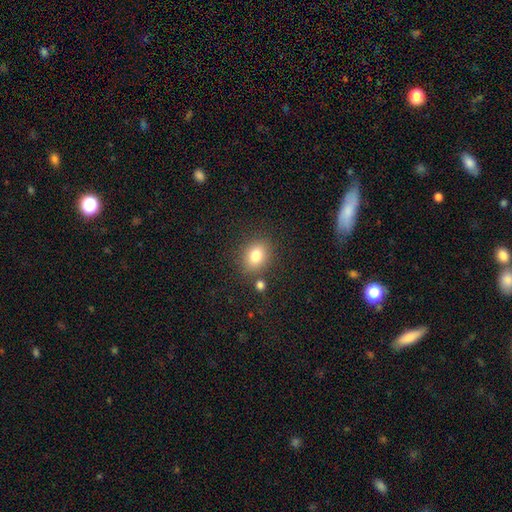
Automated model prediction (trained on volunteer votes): This is clearly a smooth galaxy (80%). How rounded: possibly round (50%). Merging: likely none (80%).